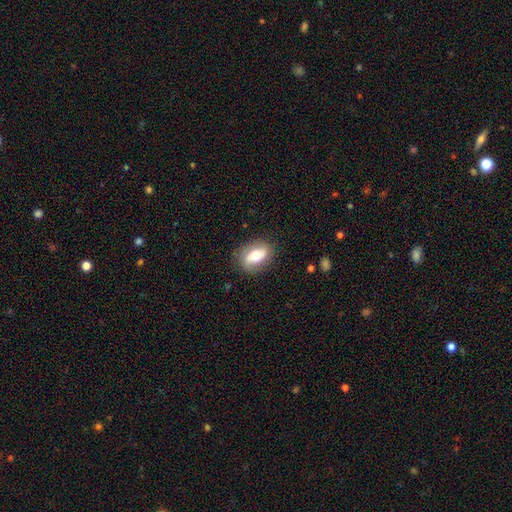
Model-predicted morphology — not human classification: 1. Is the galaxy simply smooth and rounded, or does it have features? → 49% smooth, 44% featured or disk, 8% star or artifact.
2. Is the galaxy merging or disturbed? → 79% none, 15% minor disturbance, 5% major disturbance, 1% merger.